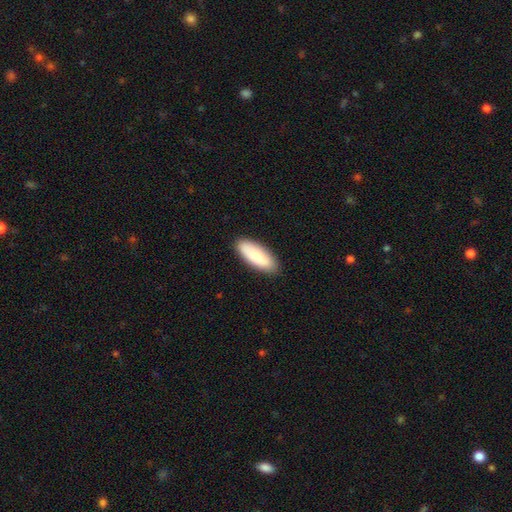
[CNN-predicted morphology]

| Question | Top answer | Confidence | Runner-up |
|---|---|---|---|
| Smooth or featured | smooth | 81% | featured or disk (13%) |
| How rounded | in between | 71% | cigar-shaped (27%) |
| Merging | none | 88% | minor disturbance (9%) |